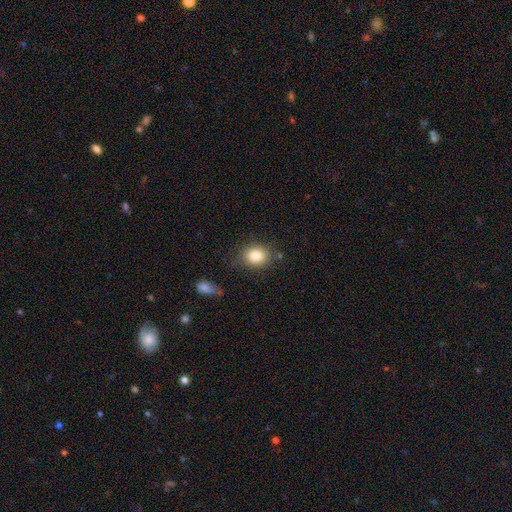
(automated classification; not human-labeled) Smooth or featured? Predicted: smooth (p=0.83). How rounded? Predicted: round (p=0.52). Merging? Predicted: none (p=0.79).